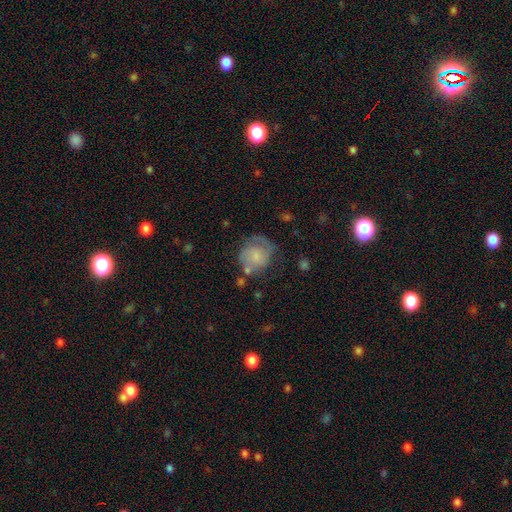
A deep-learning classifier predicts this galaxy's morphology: smooth_or_featured: featured or disk (p=0.47) [alt: smooth p=0.45]
merging: none (p=0.50) [alt: minor disturbance p=0.26]